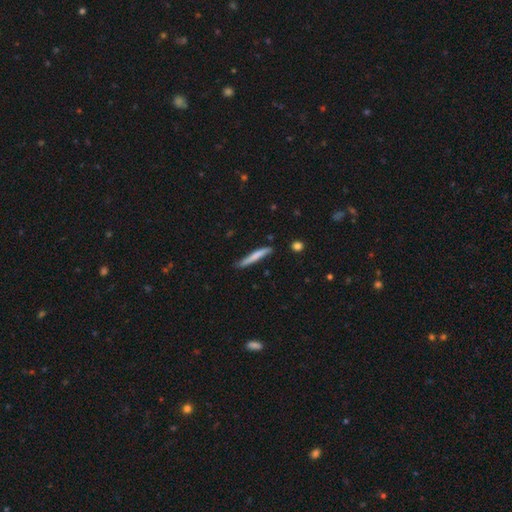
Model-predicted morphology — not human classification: Smooth or featured? smooth (69%)
How rounded? cigar-shaped (95%)
Merging? none (76%)